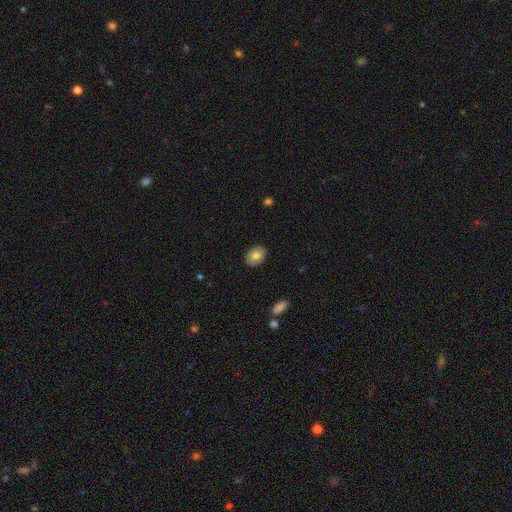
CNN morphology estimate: Smooth or featured: smooth — 78% (featured or disk — 14%)
How rounded: in between — 76% (round — 23%)
Merging: none — 88% (minor disturbance — 9%)